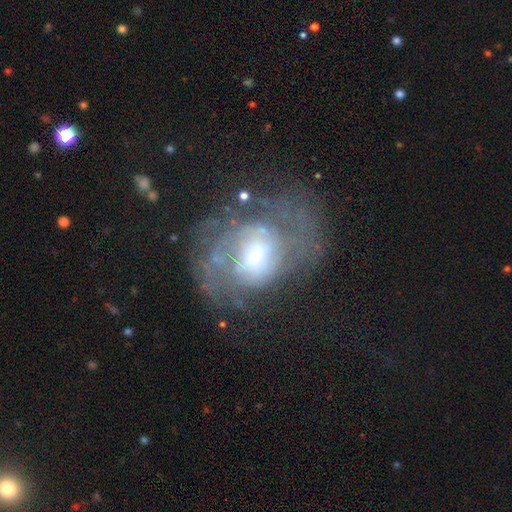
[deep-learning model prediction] smooth_or_featured: featured or disk (p=0.71) [alt: smooth p=0.19]
disk_edge_on: no (p=0.96) [alt: yes p=0.04]
bar: no (p=0.60) [alt: weak p=0.32]
has_spiral_arms: yes (p=0.69) [alt: no p=0.31]
bulge_size: small (p=0.50) [alt: moderate p=0.42]
merging: none (p=0.48) [alt: major disturbance p=0.27]